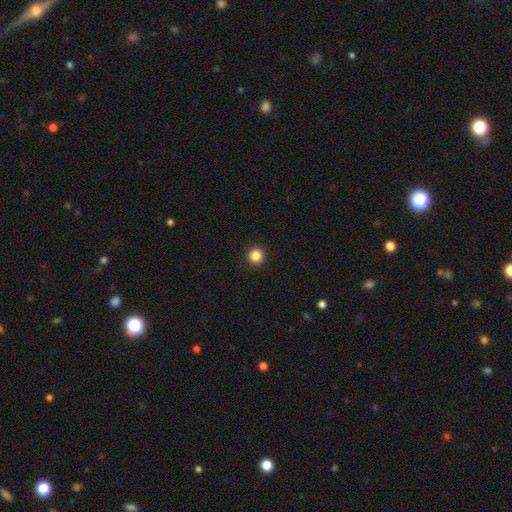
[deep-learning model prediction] A smooth galaxy with no disk features (86%) that is round (94%). Merging: none (92%).